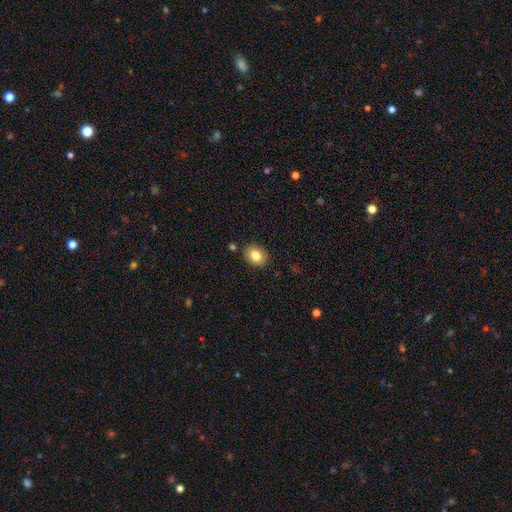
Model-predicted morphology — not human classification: Q: Smooth or featured?
A: smooth (82%); runner-up: featured or disk (9%)
Q: How rounded?
A: in between (57%); runner-up: round (42%)
Q: Merging?
A: none (86%); runner-up: minor disturbance (9%)